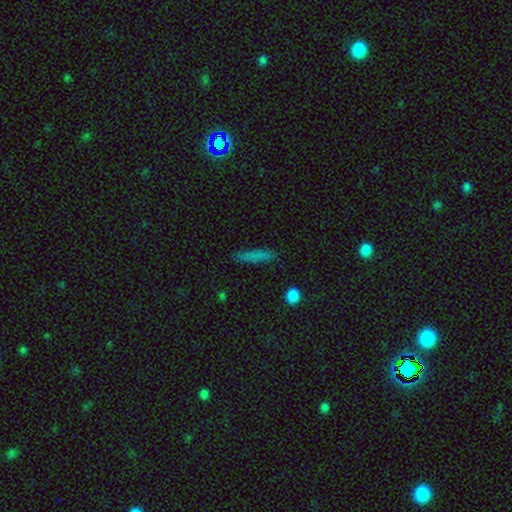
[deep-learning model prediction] Morphology: type=smooth (77%); roundness=cigar-shaped (86%); merging=none (85%).